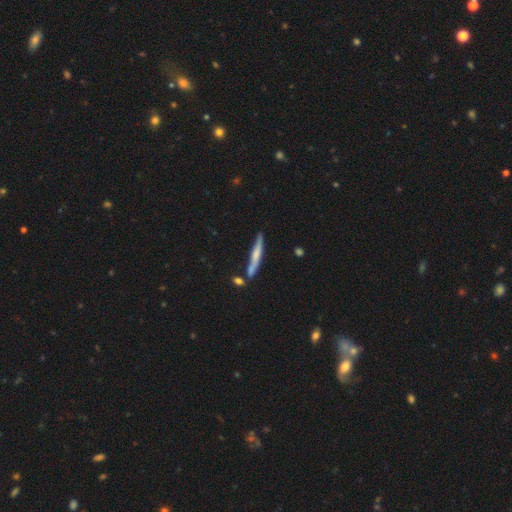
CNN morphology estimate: Smooth or featured? smooth (47%, tied with featured or disk)
Merging? none (72%)